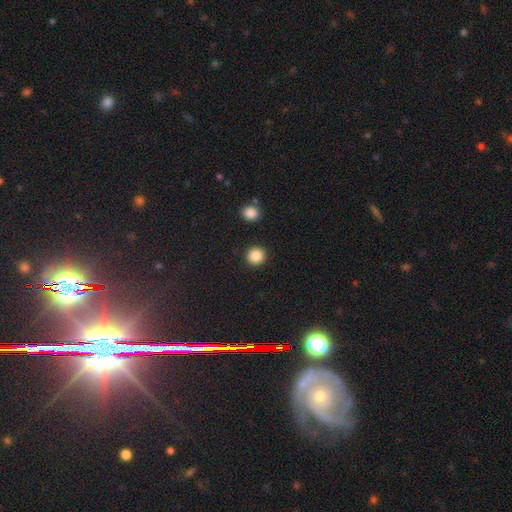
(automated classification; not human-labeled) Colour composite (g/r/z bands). It shows a smooth galaxy with no disk features (86%) that is round (93%). Merging: none (91%).